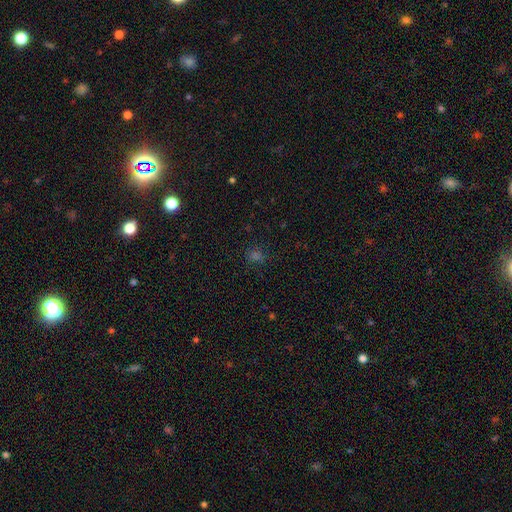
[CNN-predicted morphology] Smooth or featured: smooth — 55% (star or artifact — 38%)
How rounded: round — 78% (in between — 21%)
Merging: none — 83% (minor disturbance — 11%)